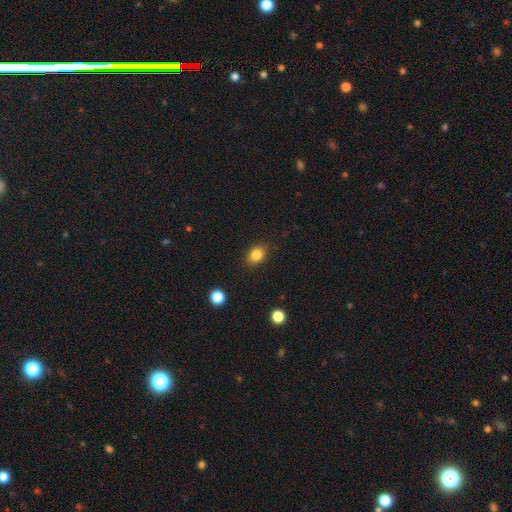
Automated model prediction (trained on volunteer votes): Q: Smooth or featured?
A: smooth (84%); runner-up: star or artifact (10%)
Q: How rounded?
A: in between (66%); runner-up: round (33%)
Q: Merging?
A: none (87%); runner-up: minor disturbance (9%)